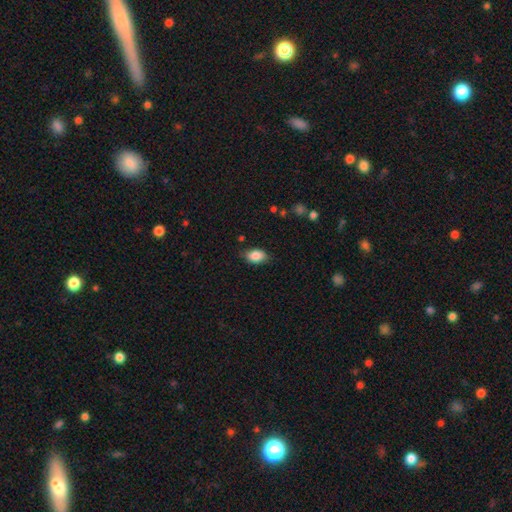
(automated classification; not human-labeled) A smooth galaxy with no disk features (86%) that is in between round and cigar-shaped (88%). Merging: none (78%).